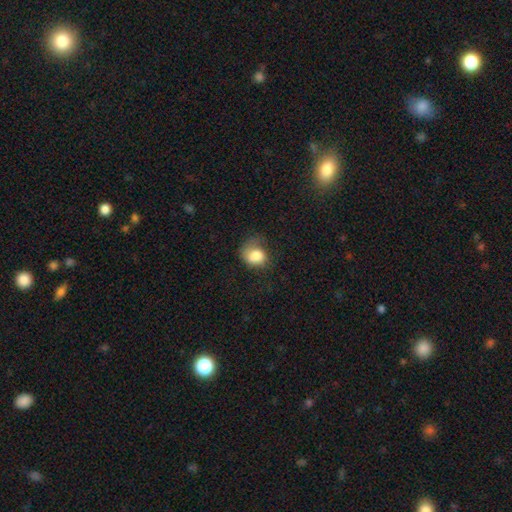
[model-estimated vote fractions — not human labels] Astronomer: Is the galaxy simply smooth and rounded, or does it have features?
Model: smooth — 79%.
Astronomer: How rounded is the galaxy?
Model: round — 56% (runner-up: in between, 44%).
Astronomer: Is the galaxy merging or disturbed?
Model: none — 35% (runner-up: minor disturbance, 31%).